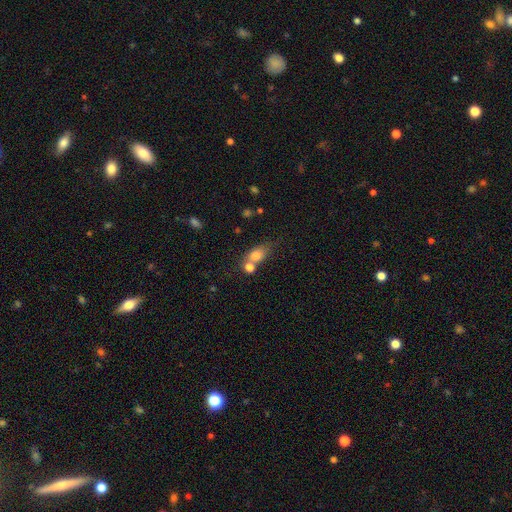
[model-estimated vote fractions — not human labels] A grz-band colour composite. It shows a smooth galaxy with no disk features (76%) that is in between round and cigar-shaped (63%). Merging: merger (41%, tied with none).